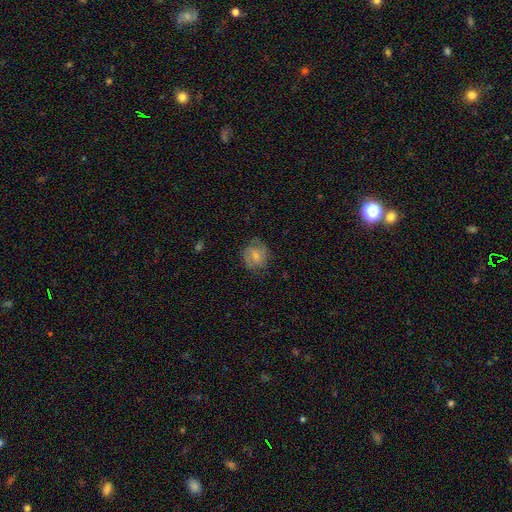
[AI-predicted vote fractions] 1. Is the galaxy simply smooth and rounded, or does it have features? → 49% smooth, 43% featured or disk, 8% star or artifact.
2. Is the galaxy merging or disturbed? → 69% none, 21% minor disturbance, 9% major disturbance, 1% merger.